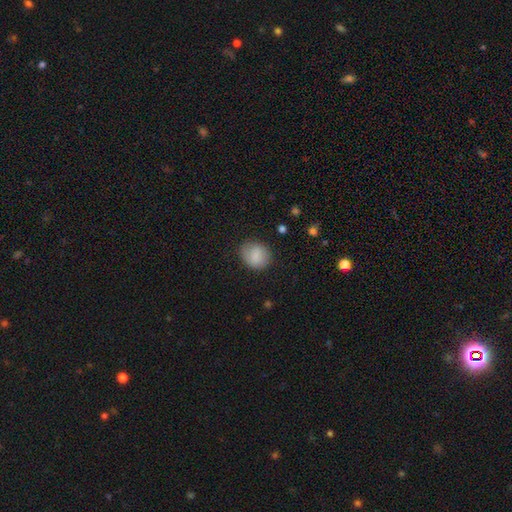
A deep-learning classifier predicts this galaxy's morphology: Smooth or featured? Predicted: smooth (p=0.83). How rounded? Predicted: round (p=0.74). Merging? Predicted: none (p=0.80).